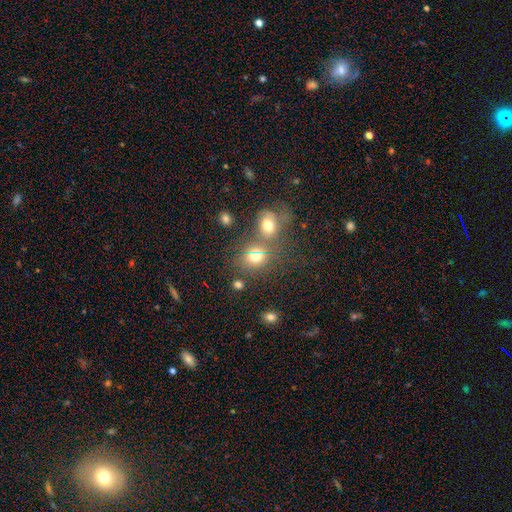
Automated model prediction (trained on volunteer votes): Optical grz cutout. It shows a smooth galaxy with no disk features (72%) that is round (57%). Merging: none (48%).